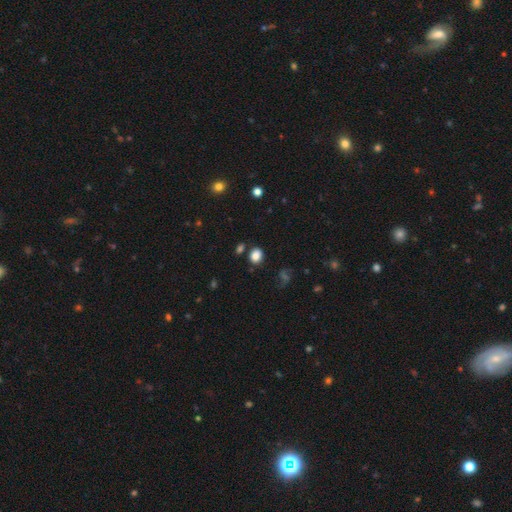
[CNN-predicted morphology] Smooth or featured? Predicted: smooth (p=0.84). How rounded? Predicted: in between (p=0.54). Merging? Predicted: none (p=0.79).